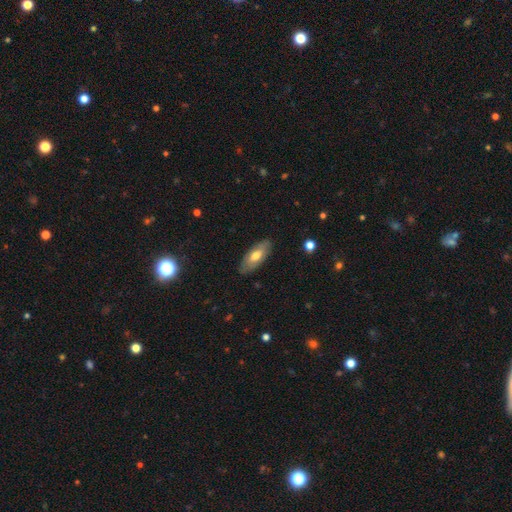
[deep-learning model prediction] Overall: smooth (60%; featured or disk 35%). How rounded: in between (82%). Merging: none (84%).